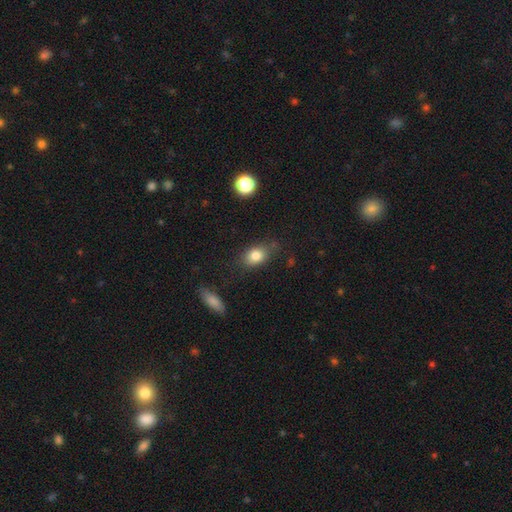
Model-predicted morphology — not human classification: This is clearly a smooth galaxy (82%). How rounded: likely in between (75%). Merging: likely none (72%).